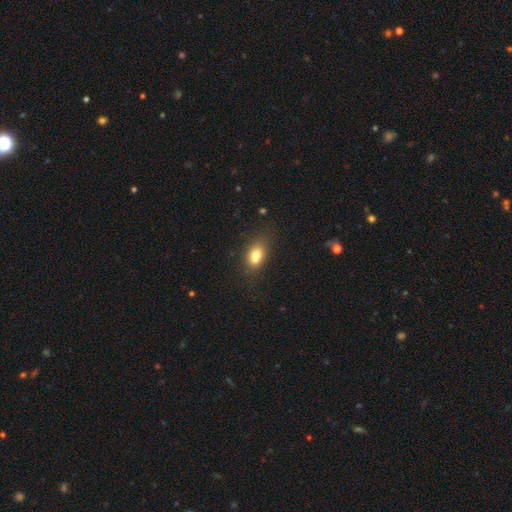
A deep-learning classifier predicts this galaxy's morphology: Smooth or featured? smooth (79%)
How rounded? in between (85%)
Merging? none (68%)